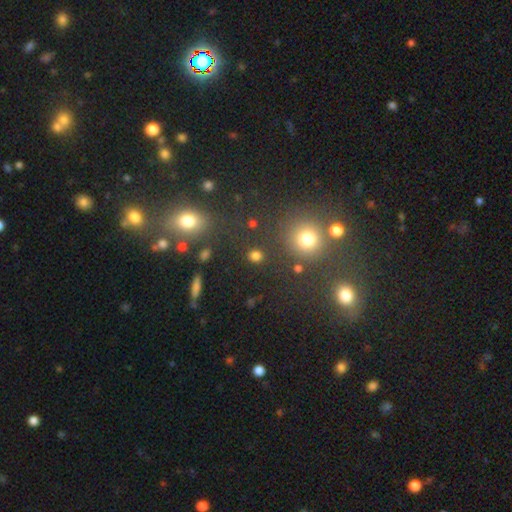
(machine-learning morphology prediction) smooth_or_featured: smooth (p=0.78) [alt: star or artifact p=0.17]
how_rounded: round (p=0.80) [alt: in between p=0.19]
merging: none (p=0.85) [alt: minor disturbance p=0.07]